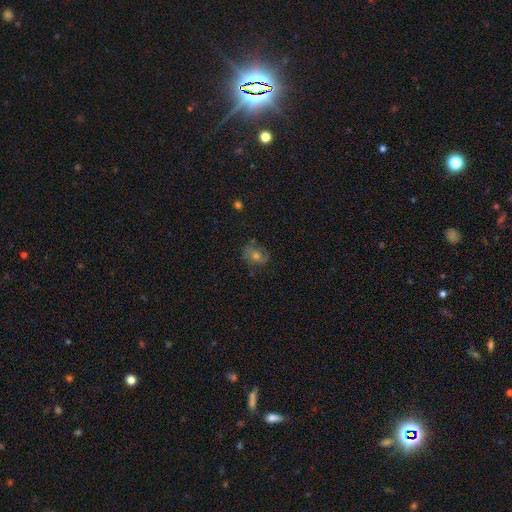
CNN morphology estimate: Overall: featured or disk (41%; smooth 40%). Merging: none (70%).